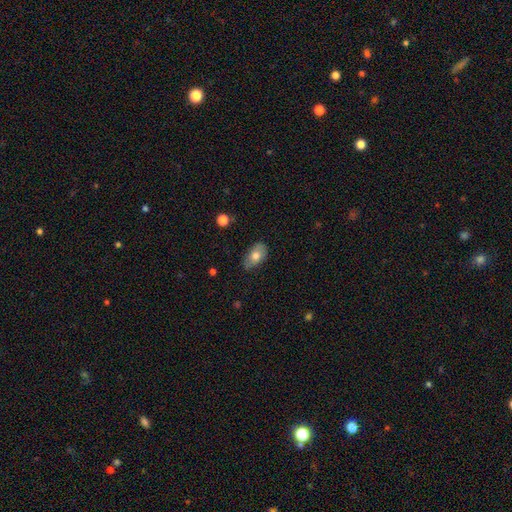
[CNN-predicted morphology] Smooth or featured? smooth (71%)
How rounded? in between (92%)
Merging? none (76%)